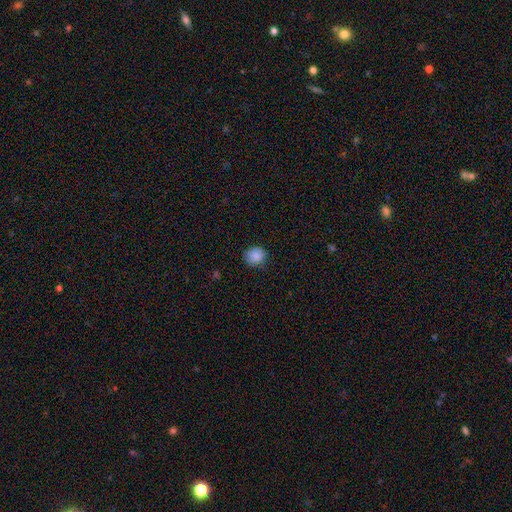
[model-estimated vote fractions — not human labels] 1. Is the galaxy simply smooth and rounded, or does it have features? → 87% smooth, 8% star or artifact, 5% featured or disk.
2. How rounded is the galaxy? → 75% round, 24% in between, 1% cigar-shaped.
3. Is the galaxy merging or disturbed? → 82% none, 14% minor disturbance, 3% major disturbance, 1% merger.